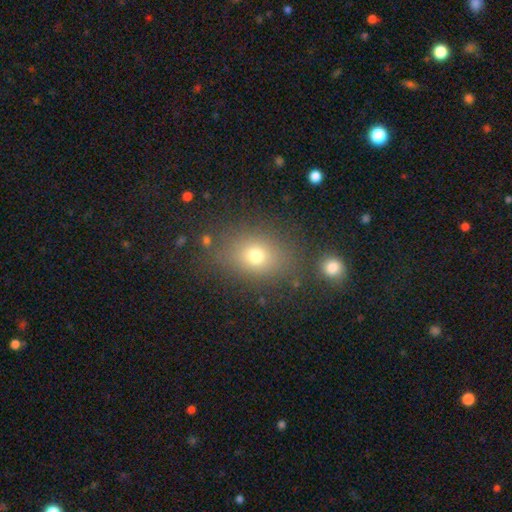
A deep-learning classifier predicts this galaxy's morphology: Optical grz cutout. It shows a smooth galaxy with no disk features (72%) that is in between round and cigar-shaped (57%). Merging: none (79%).